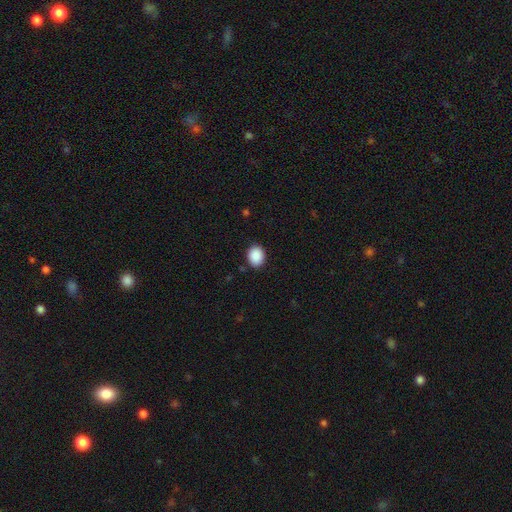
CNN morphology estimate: This is clearly a smooth galaxy (90%). How rounded: possibly round (55%). Merging: clearly none (88%).